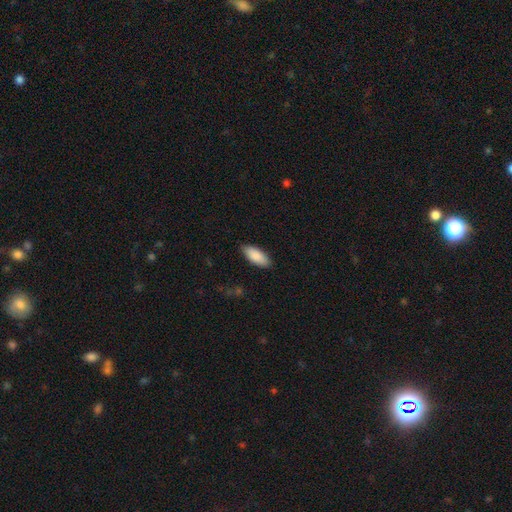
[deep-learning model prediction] This is clearly a smooth galaxy (88%). How rounded: clearly in between (83%). Merging: clearly none (85%).